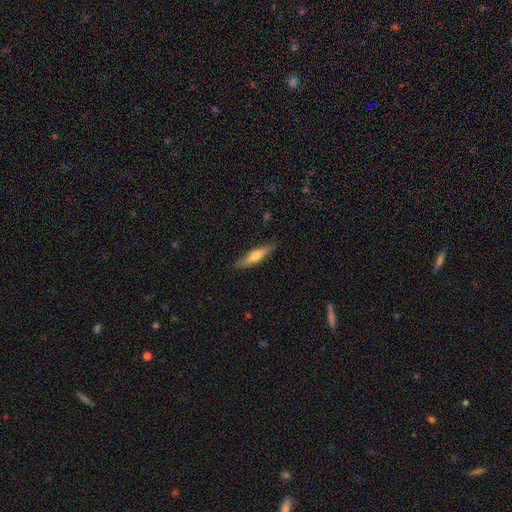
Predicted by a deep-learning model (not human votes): smooth_or_featured: smooth (p=0.60) [alt: featured or disk p=0.34]
how_rounded: cigar-shaped (p=0.77) [alt: in between p=0.22]
merging: none (p=0.85) [alt: minor disturbance p=0.12]